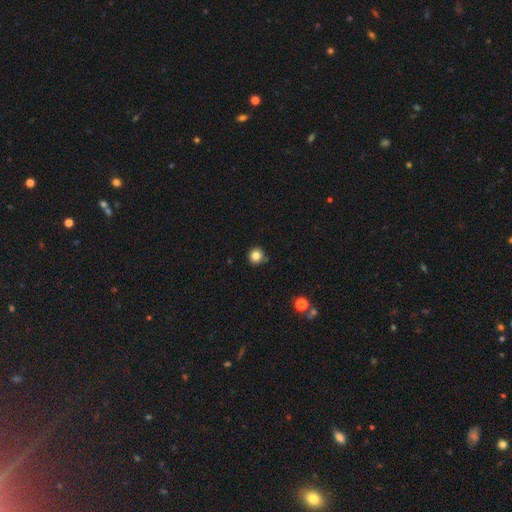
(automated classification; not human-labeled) The model was most divided on "smooth or featured": smooth: 82%, star or artifact: 12%, featured or disk: 6%. More confident: how rounded — round (94%); merging — none (85%).